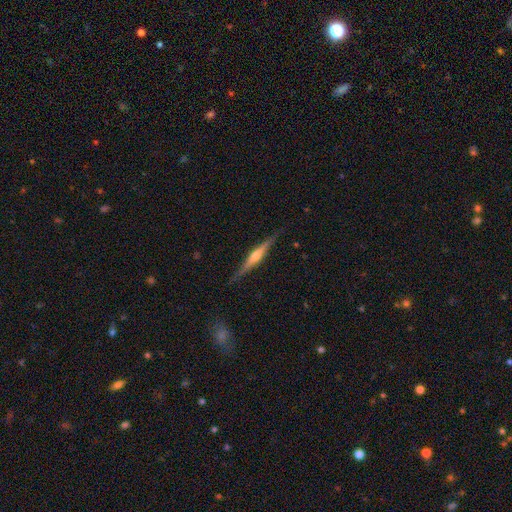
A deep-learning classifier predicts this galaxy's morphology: Smooth or featured?
  - featured or disk: 76% *
  - smooth: 19%
  - star or artifact: 5%
Edge-on disk?
  - yes: 98% *
  - no: 2%
Edge-on bulge?
  - rounded: 84% *
  - none: 8%
  - boxy: 7%
Merging?
  - none: 86% *
  - minor disturbance: 11%
  - major disturbance: 2%
  - merger: 1%